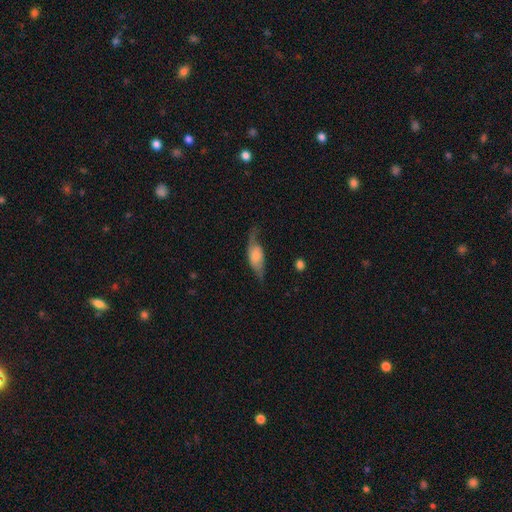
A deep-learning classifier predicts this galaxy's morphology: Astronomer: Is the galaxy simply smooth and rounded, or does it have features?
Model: featured or disk — 52% (runner-up: smooth, 42%).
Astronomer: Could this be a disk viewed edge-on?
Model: no — 65%.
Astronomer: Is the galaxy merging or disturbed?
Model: none — 52% (runner-up: minor disturbance, 29%).